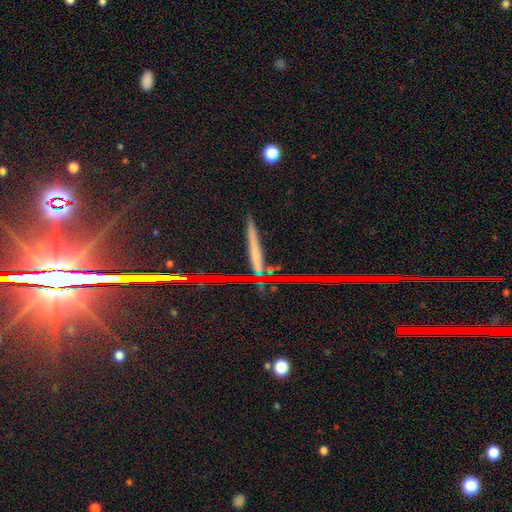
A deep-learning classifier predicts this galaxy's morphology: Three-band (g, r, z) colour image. It shows a featured or disk galaxy (38%, tied with star or artifact). Merging: none (85%).